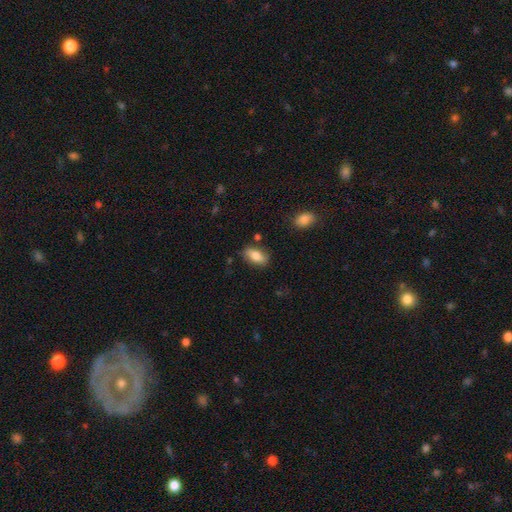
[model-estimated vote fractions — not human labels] Smooth or featured? smooth (79%)
How rounded? in between (87%)
Merging? none (81%)